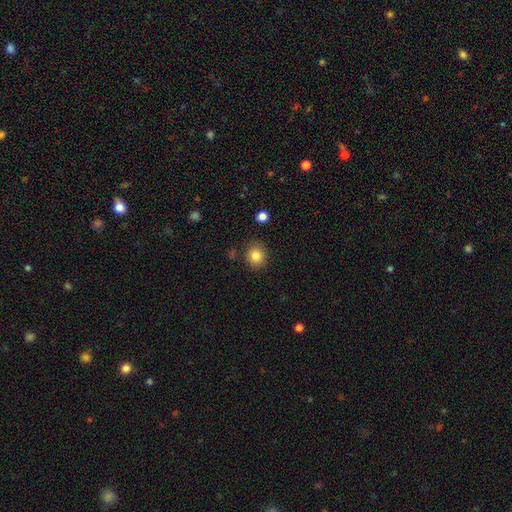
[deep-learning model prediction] smooth-or-featured: smooth: 85% | star or artifact: 10% | featured or disk: 5%
  how-rounded: round: 84% | in between: 15% | cigar-shaped: 1%
  merging: none: 87% | minor disturbance: 8% | major disturbance: 3% | merger: 2%